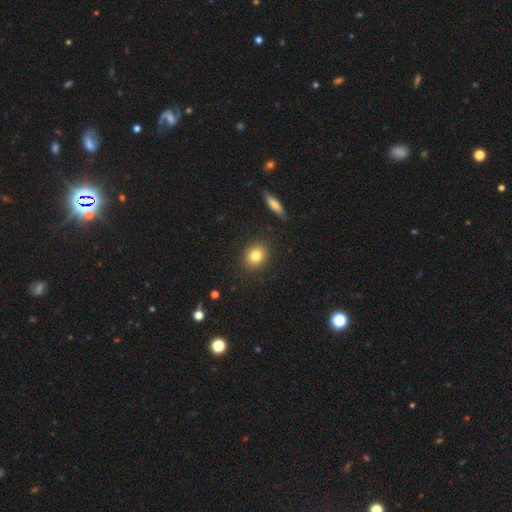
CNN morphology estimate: smooth_or_featured: smooth (p=0.82) [alt: star or artifact p=0.10]
how_rounded: round (p=0.73) [alt: in between p=0.25]
merging: none (p=0.89) [alt: minor disturbance p=0.07]